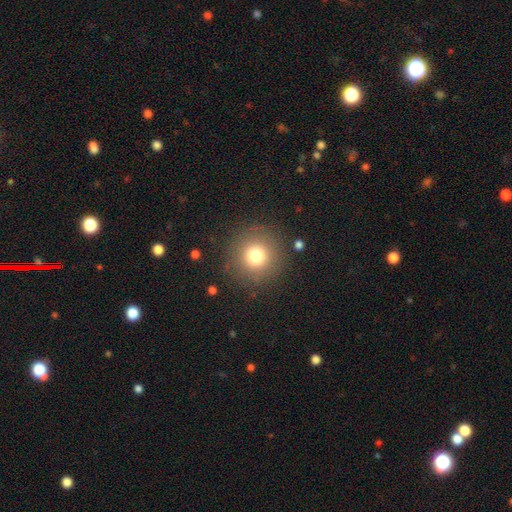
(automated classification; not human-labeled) This is likely a smooth galaxy (76%). How rounded: clearly round (95%). Merging: clearly none (88%).